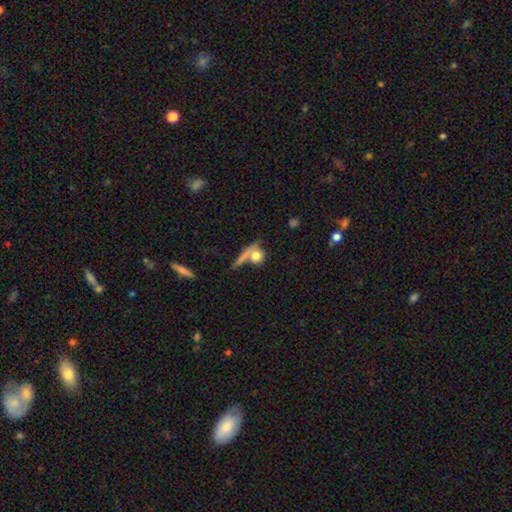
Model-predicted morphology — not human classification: Smooth or featured?
  - smooth: 72% *
  - featured or disk: 18%
  - star or artifact: 10%
How rounded?
  - round: 71% *
  - in between: 18%
  - cigar-shaped: 11%
Merging?
  - none: 48% *
  - merger: 31%
  - minor disturbance: 12%
  - major disturbance: 9%